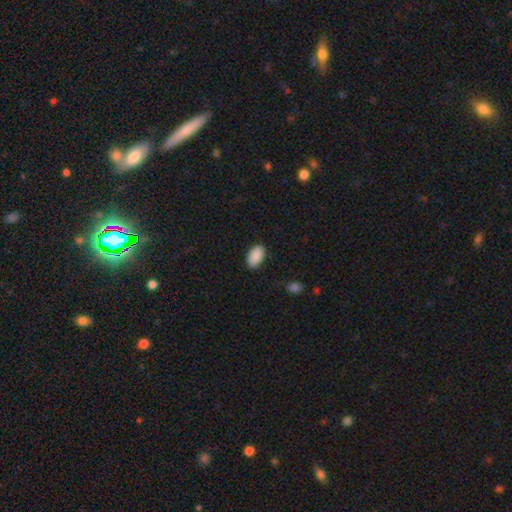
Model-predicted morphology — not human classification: Smooth or featured?
  - smooth: 91% *
  - star or artifact: 7%
  - featured or disk: 3%
How rounded?
  - in between: 95% *
  - round: 4%
  - cigar-shaped: 1%
Merging?
  - none: 87% *
  - minor disturbance: 10%
  - major disturbance: 2%
  - merger: 1%